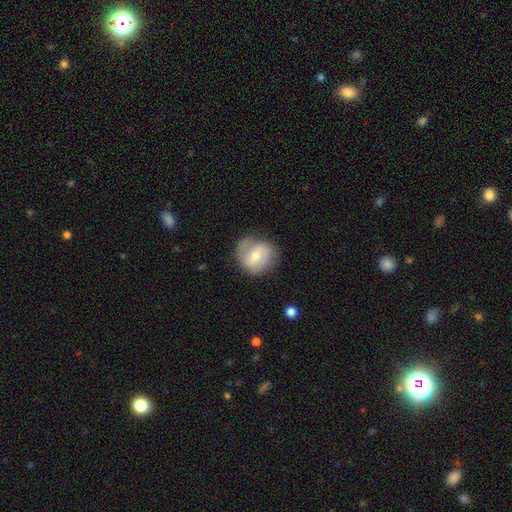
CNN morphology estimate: A featured or disk galaxy (51%). Merging: none (70%).